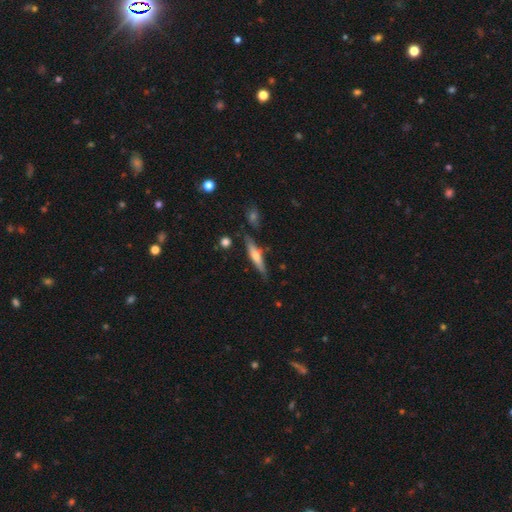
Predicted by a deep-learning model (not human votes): The model was most divided on "smooth or featured": featured or disk: 54%, smooth: 39%, star or artifact: 6%. More confident: edge-on disk — yes (94%); edge-on bulge — rounded (83%); merging — none (81%).